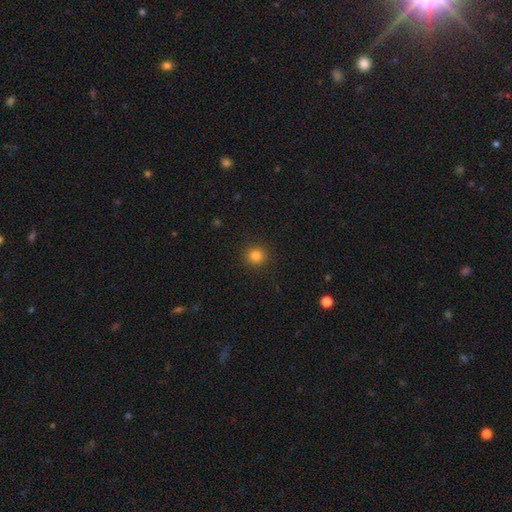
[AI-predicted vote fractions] This is clearly a smooth galaxy (83%). How rounded: clearly round (92%). Merging: clearly none (92%).